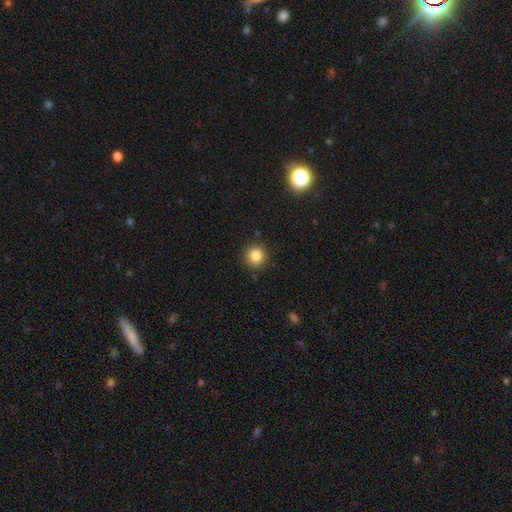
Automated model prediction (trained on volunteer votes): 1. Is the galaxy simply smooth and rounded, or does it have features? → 84% smooth, 11% star or artifact, 5% featured or disk.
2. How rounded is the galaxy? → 91% round, 8% in between, 1% cigar-shaped.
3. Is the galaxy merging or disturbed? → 90% none, 7% minor disturbance, 2% major disturbance, 1% merger.